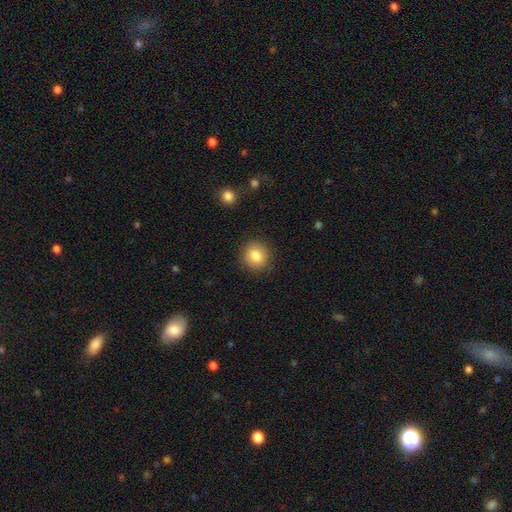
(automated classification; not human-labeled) smooth-or-featured: smooth: 84% | star or artifact: 9% | featured or disk: 7%
  how-rounded: round: 84% | in between: 15% | cigar-shaped: 1%
  merging: none: 88% | minor disturbance: 8% | major disturbance: 3% | merger: 1%